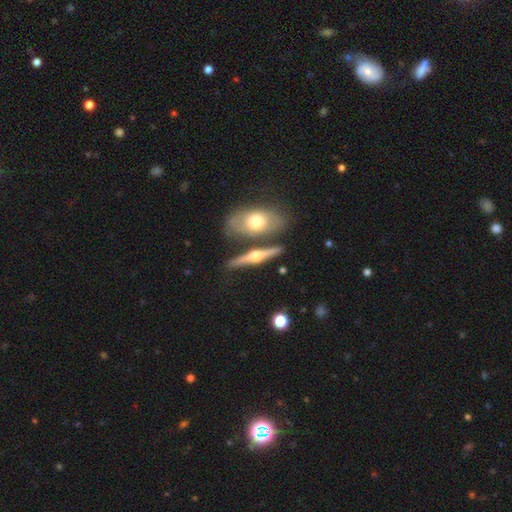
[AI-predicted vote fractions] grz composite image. It shows a featured or disk galaxy (76%) viewed edge-on (96%) with a rounded central bulge (95%). Merging: none (77%).